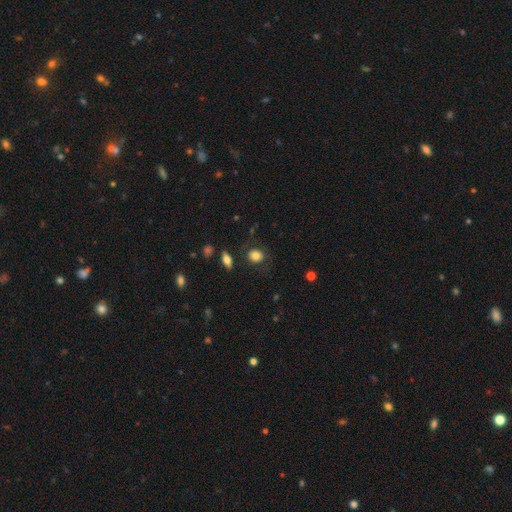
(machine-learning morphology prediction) A smooth galaxy with no disk features (77%) that is round (66%).

Vote fractions:
- Smooth or featured? smooth: 77% / featured or disk: 13% / star or artifact: 10%
- How rounded? round: 66% / in between: 33% / cigar-shaped: 1%
- Merging? none: 75% / minor disturbance: 15% / major disturbance: 8% / merger: 3%